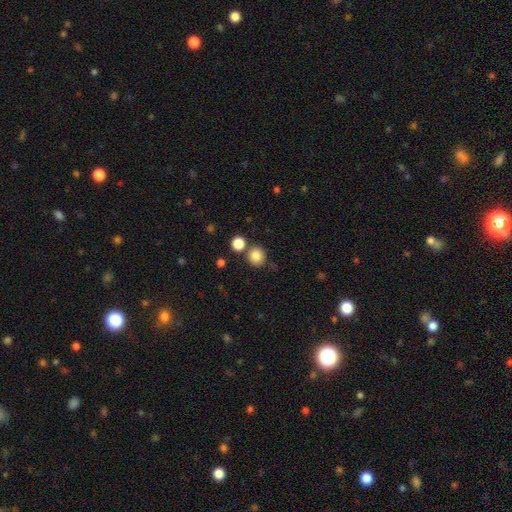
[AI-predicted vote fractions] Overall: smooth (84%). How rounded: round (88%). Merging: none (77%).